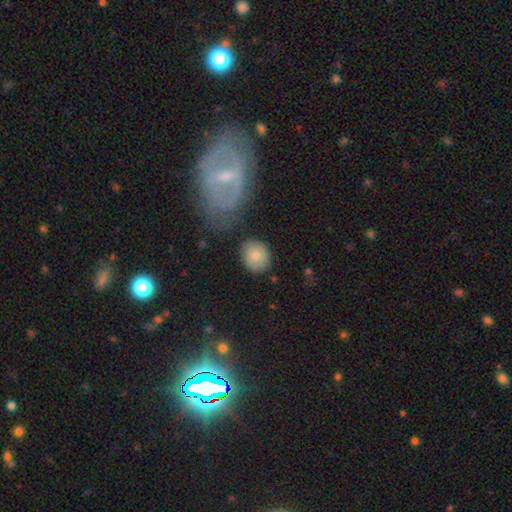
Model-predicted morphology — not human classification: smooth_or_featured: smooth (p=0.81) [alt: featured or disk p=0.12]
how_rounded: round (p=0.69) [alt: in between p=0.30]
merging: none (p=0.80) [alt: minor disturbance p=0.13]